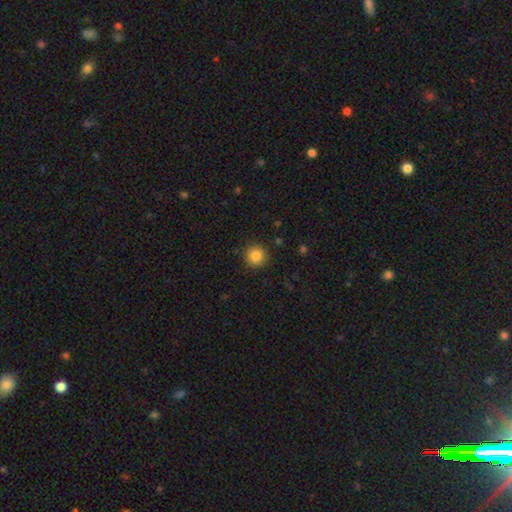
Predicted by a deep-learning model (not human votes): Smooth or featured? smooth (86%)
How rounded? round (94%)
Merging? none (90%)